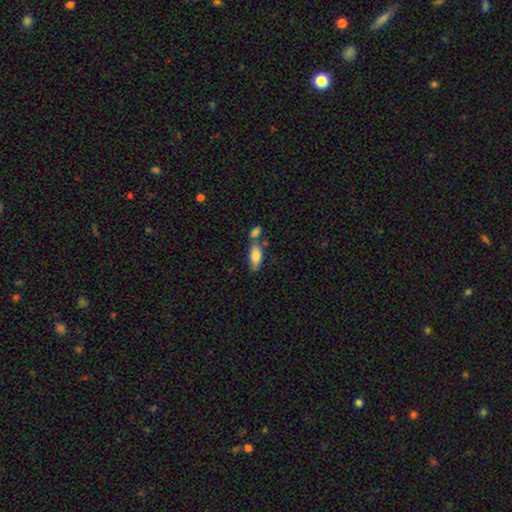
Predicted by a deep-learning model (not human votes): Morphology: type=smooth (79%); roundness=in between (84%); merging=none (51%).